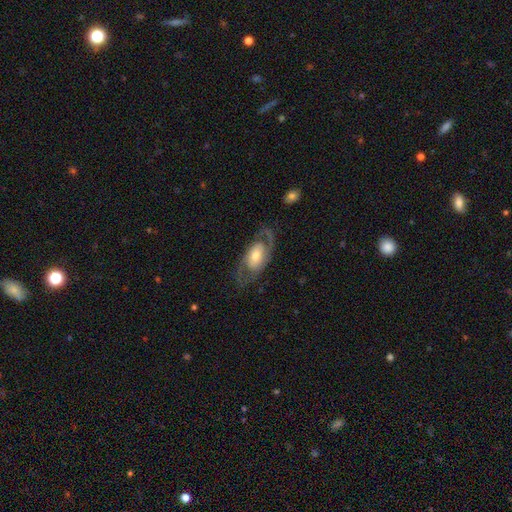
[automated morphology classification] The model was most divided on "spiral winding": medium: 49%, tight: 26%, loose: 24%. More confident: edge-on disk — no (94%); spiral arms — yes (86%); spiral arm count — 2 (82%); smooth or featured — featured or disk (77%); merging — none (71%); bar — no (58%); bulge size — moderate (56%).